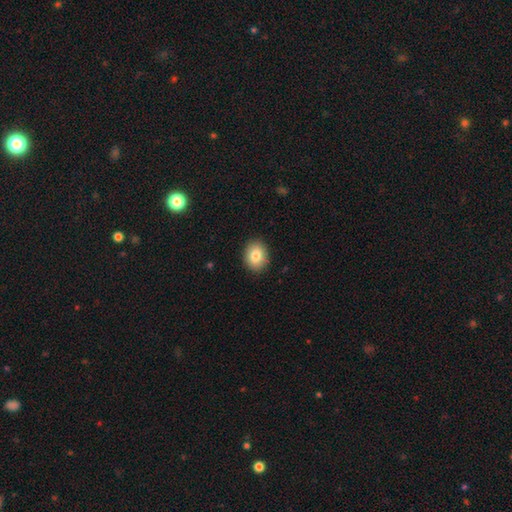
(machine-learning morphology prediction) Q: Smooth or featured?
A: smooth (83%); runner-up: featured or disk (9%)
Q: How rounded?
A: in between (52%); runner-up: round (47%)
Q: Merging?
A: none (90%); runner-up: minor disturbance (7%)